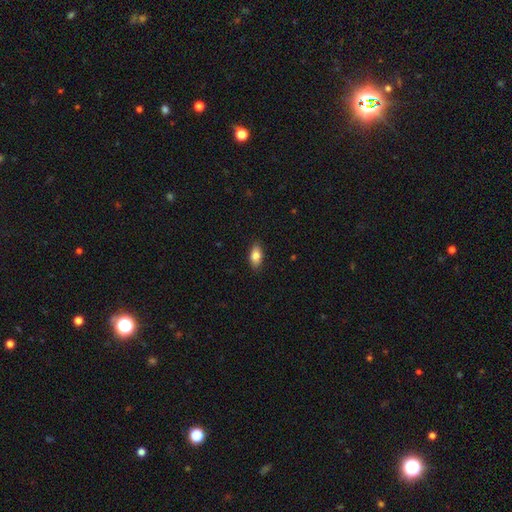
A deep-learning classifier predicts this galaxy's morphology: smooth 83%, featured or disk 10%, star or artifact 7%. Down the decision tree: how rounded — in between (89%); merging — none (87%).